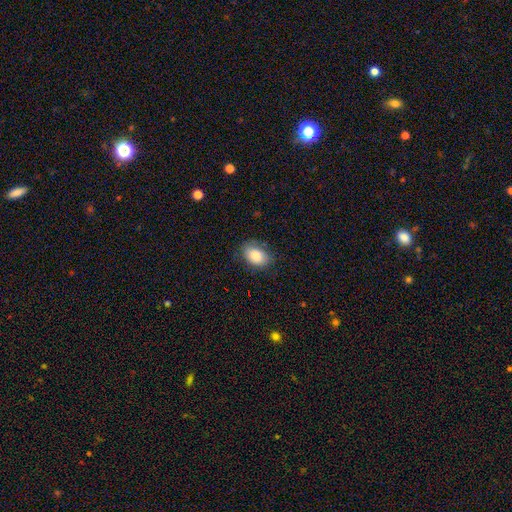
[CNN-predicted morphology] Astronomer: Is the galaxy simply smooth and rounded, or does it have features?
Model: smooth — 83%.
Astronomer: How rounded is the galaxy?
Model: in between — 85%.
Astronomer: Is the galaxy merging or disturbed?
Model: none — 75%.